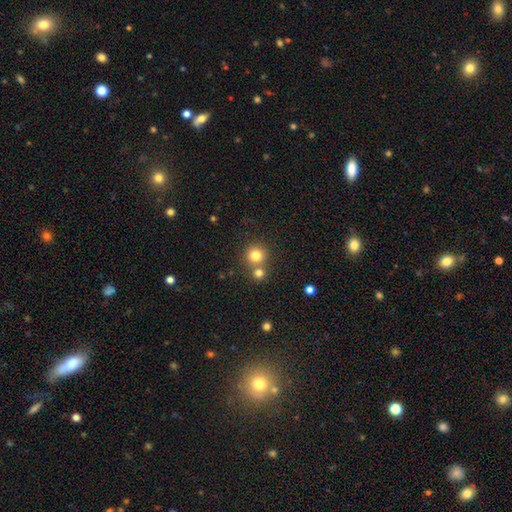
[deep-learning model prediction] smooth-or-featured: smooth: 80% | star or artifact: 13% | featured or disk: 7%
  how-rounded: round: 93% | in between: 6% | cigar-shaped: 1%
  merging: none: 65% | merger: 26% | minor disturbance: 6% | major disturbance: 2%